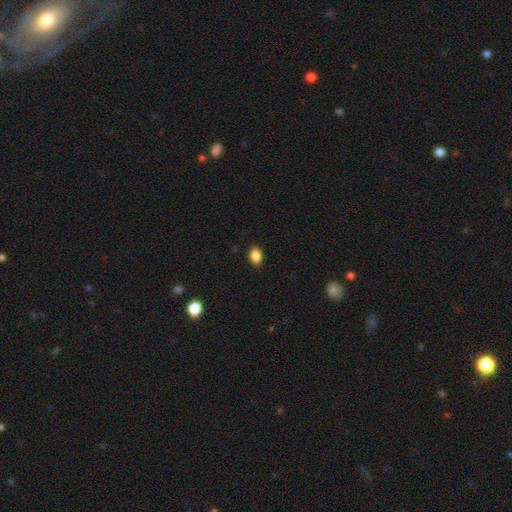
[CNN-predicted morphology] Overall: smooth (88%). How rounded: in between (86%). Merging: none (88%).